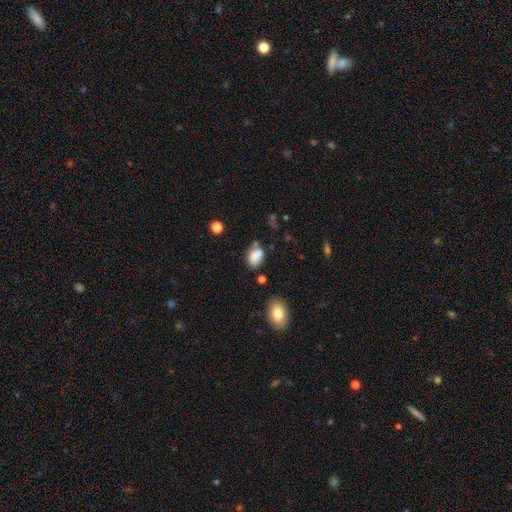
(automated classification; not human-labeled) This is clearly a smooth galaxy (82%). How rounded: clearly in between (83%). Merging: possibly none (56%).